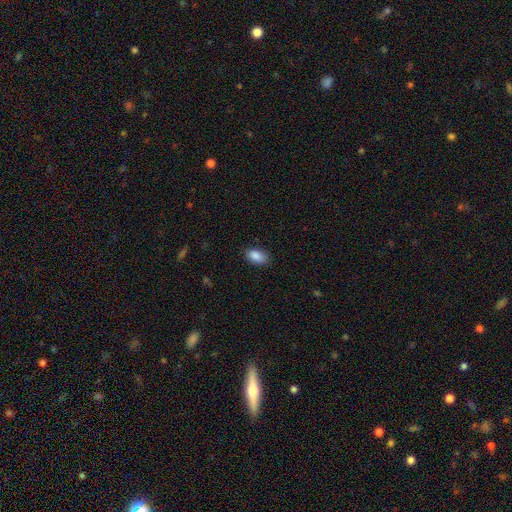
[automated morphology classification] smooth-or-featured: smooth: 88% | star or artifact: 7% | featured or disk: 4%
  how-rounded: in between: 92% | round: 6% | cigar-shaped: 2%
  merging: none: 85% | minor disturbance: 11% | major disturbance: 2% | merger: 1%